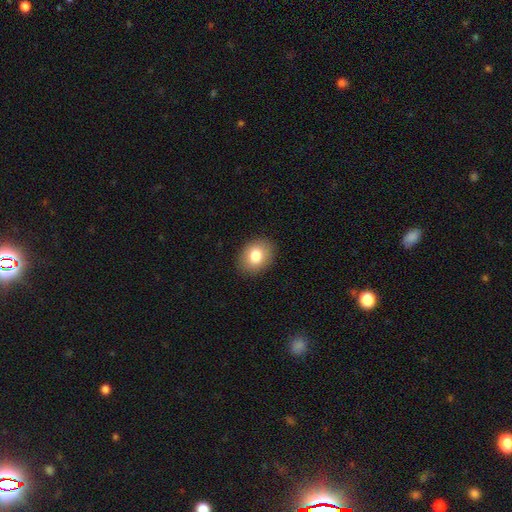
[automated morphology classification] A smooth galaxy with no disk features (82%) that is in between round and cigar-shaped (62%).

Vote fractions:
- Smooth or featured? smooth: 82% / featured or disk: 10% / star or artifact: 9%
- How rounded? in between: 62% / round: 37% / cigar-shaped: 1%
- Merging? none: 88% / minor disturbance: 8% / major disturbance: 2% / merger: 1%